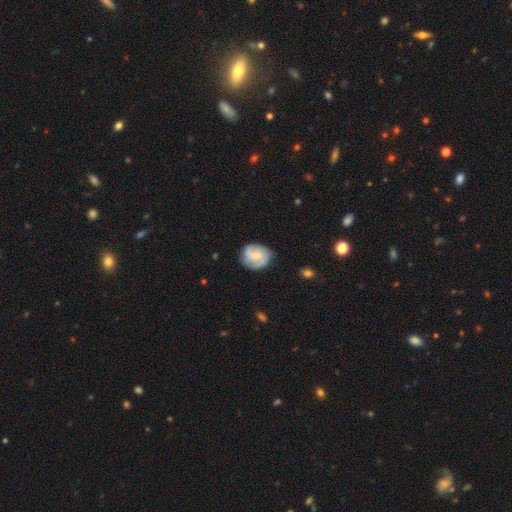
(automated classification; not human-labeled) A featured or disk galaxy (52%) with a weak bar (46%), spiral arms (83%) and a small central bulge (52%).

Vote fractions:
- Smooth or featured? featured or disk: 52% / smooth: 41% / star or artifact: 7%
- Edge-on disk? no: 97% / yes: 3%
- Bar? weak: 46% / no: 44% / strong: 10%
- Spiral arms? yes: 83% / no: 17%
- Bulge size? small: 52% / moderate: 31% / none: 14% / large: 2% / dominant: 1%
- Merging? none: 75% / minor disturbance: 18% / major disturbance: 5% / merger: 2%